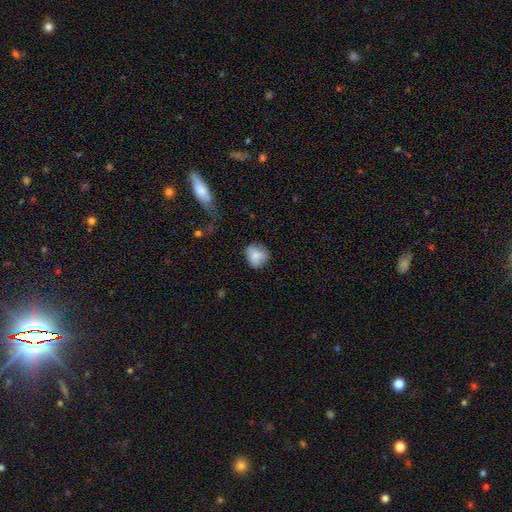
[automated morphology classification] Smooth or featured? smooth (75%)
How rounded? round (73%)
Merging? none (64%)